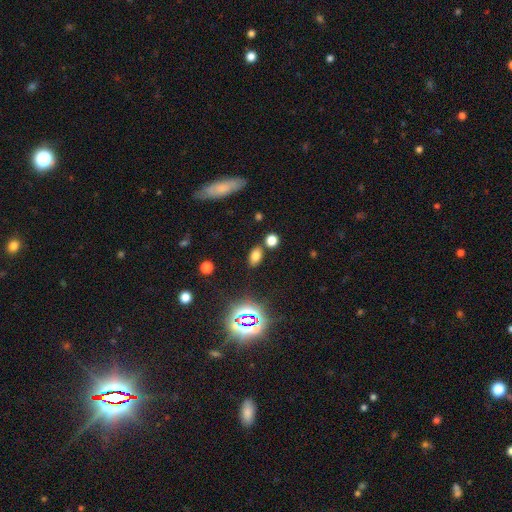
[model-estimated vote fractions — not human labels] This appears to be a smooth galaxy with no disk features (69%) that is in between round and cigar-shaped (85%). Merging: none (79%).